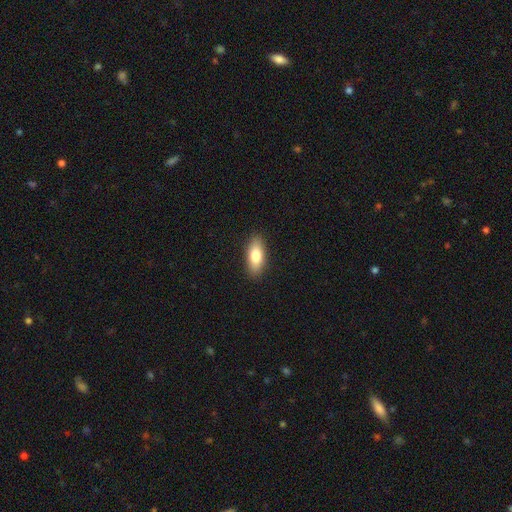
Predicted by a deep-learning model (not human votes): A smooth galaxy with no disk features (82%) that is in between round and cigar-shaped (79%).

Vote fractions:
- Smooth or featured? smooth: 82% / featured or disk: 12% / star or artifact: 6%
- How rounded? in between: 79% / cigar-shaped: 18% / round: 3%
- Merging? none: 89% / minor disturbance: 8% / major disturbance: 2% / merger: 1%